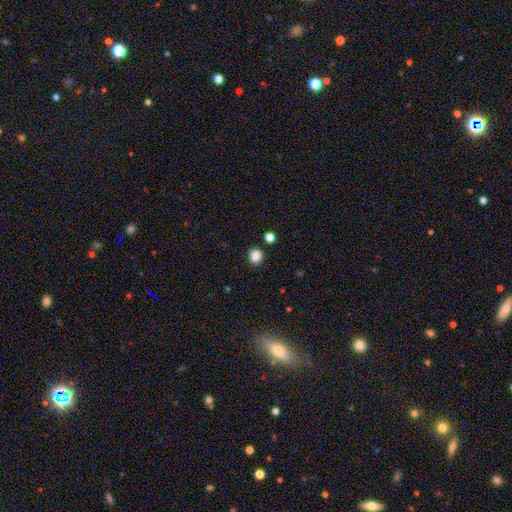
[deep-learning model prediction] A smooth galaxy with no disk features (84%) that is round (76%). Merging: none (87%).